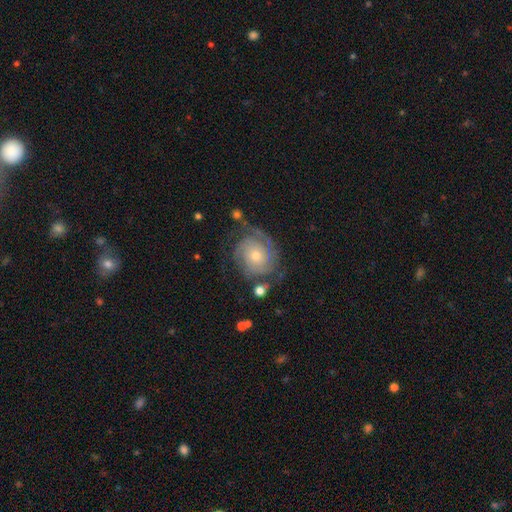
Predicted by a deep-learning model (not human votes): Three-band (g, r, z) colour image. It shows a featured or disk galaxy (83%) with no bar (80%), 2 (40%) tight (65%) spiral arms (95%) and a moderate central bulge (49%). Merging: none (66%).